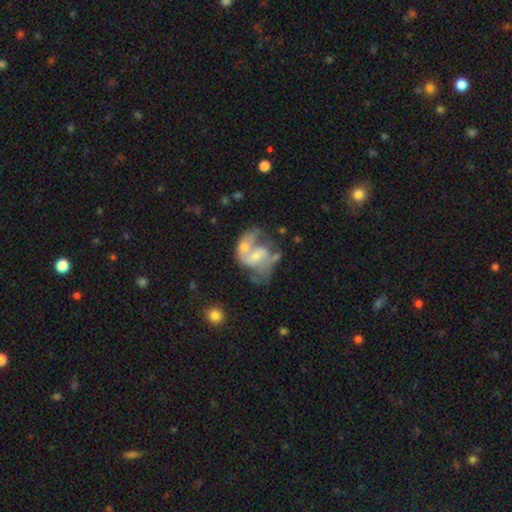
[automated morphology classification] smooth-or-featured: featured or disk: 69% | smooth: 22% | star or artifact: 9%
  disk-edge-on: no: 97% | yes: 3%
    bar: no: 48% | weak: 38% | strong: 14%
    has-spiral-arms: yes: 66% | no: 34%
    bulge-size: small: 48% | moderate: 36% | none: 12% | large: 4% | dominant: 1%
  merging: merger: 40% | none: 24% | major disturbance: 21% | minor disturbance: 14%